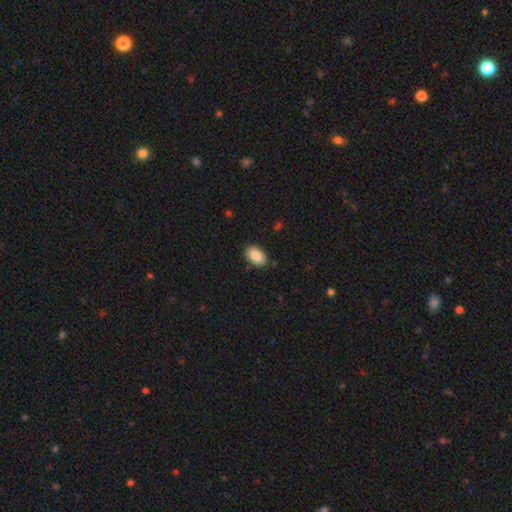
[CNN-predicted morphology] Smooth or featured?
  - smooth: 86% *
  - featured or disk: 7%
  - star or artifact: 7%
How rounded?
  - in between: 92% *
  - round: 6%
  - cigar-shaped: 1%
Merging?
  - none: 88% *
  - minor disturbance: 9%
  - major disturbance: 2%
  - merger: 1%